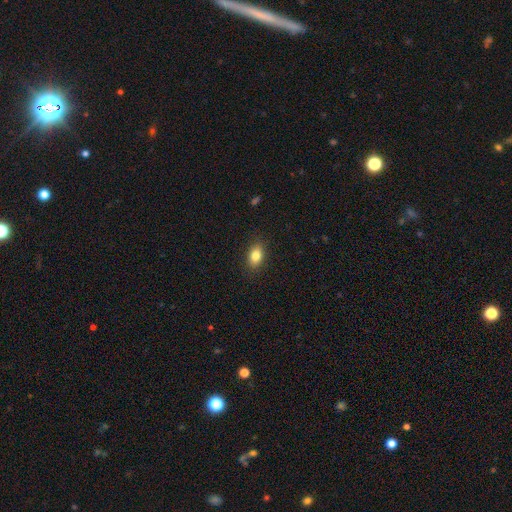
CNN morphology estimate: type=smooth (82%); roundness=in between (85%); merging=none (87%).